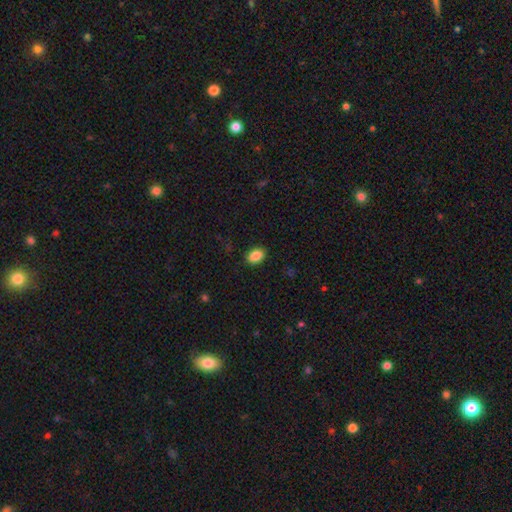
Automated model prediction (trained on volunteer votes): Overall: smooth (87%). How rounded: in between (83%). Merging: none (88%).